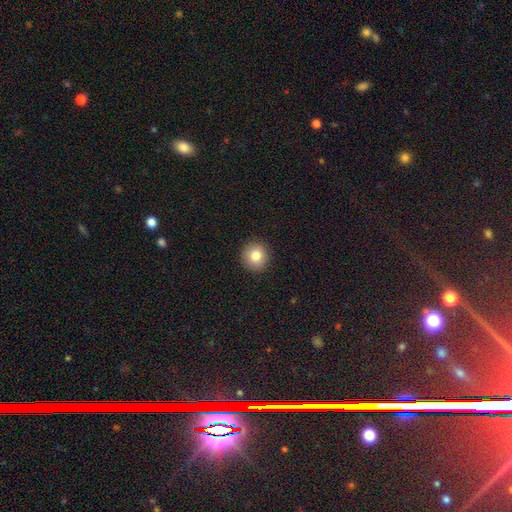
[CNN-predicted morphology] Smooth or featured?
  - smooth: 81% *
  - star or artifact: 10%
  - featured or disk: 9%
How rounded?
  - round: 93% *
  - in between: 6%
  - cigar-shaped: 1%
Merging?
  - none: 92% *
  - minor disturbance: 5%
  - major disturbance: 2%
  - merger: 1%